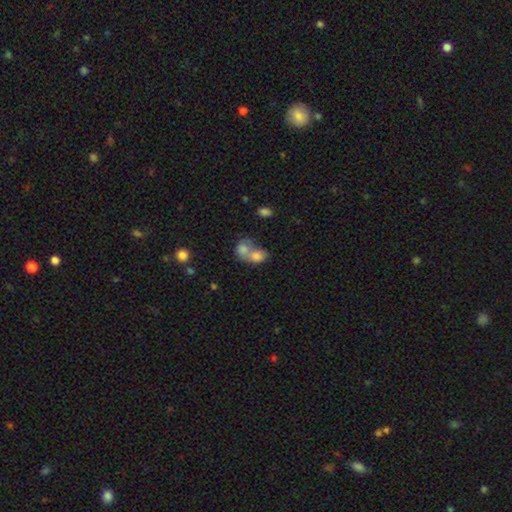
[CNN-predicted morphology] Q: Smooth or featured?
A: smooth (76%); runner-up: featured or disk (14%)
Q: How rounded?
A: in between (66%); runner-up: round (33%)
Q: Merging?
A: merger (73%); runner-up: none (16%)